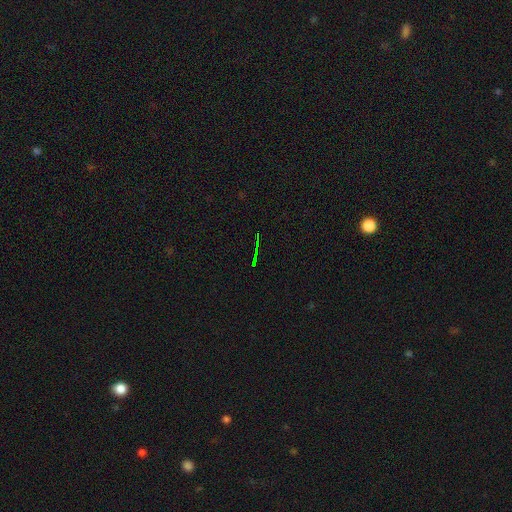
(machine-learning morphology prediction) This appears to be a star or artifact, not a galaxy (76%).